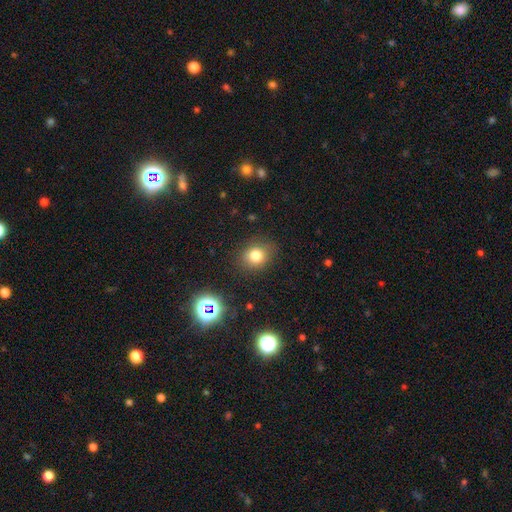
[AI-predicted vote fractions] Smooth or featured: smooth — 77% (star or artifact — 15%)
How rounded: round — 64% (in between — 35%)
Merging: none — 84% (minor disturbance — 11%)